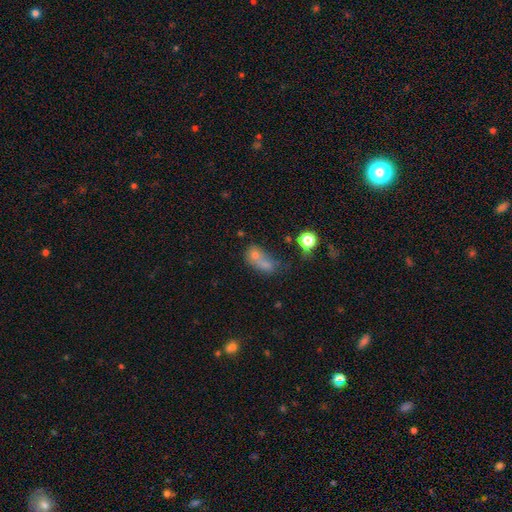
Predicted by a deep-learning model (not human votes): smooth 62%, featured or disk 20%, star or artifact 18%. Down the decision tree: how rounded — in between (59%); merging — merger (56%).